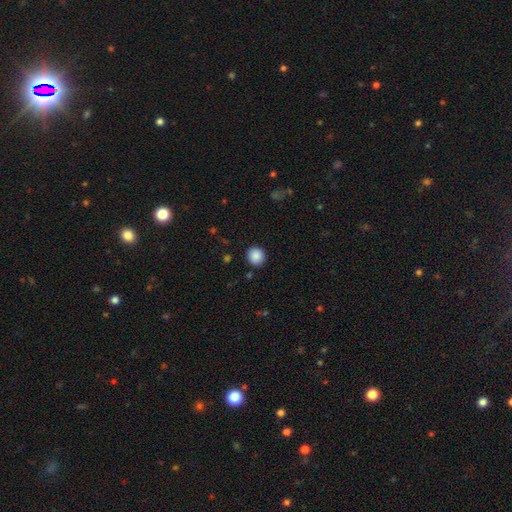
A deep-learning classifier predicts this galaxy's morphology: smooth_or_featured: smooth (p=0.88) [alt: star or artifact p=0.08]
how_rounded: round (p=0.86) [alt: in between p=0.13]
merging: none (p=0.89) [alt: minor disturbance p=0.07]